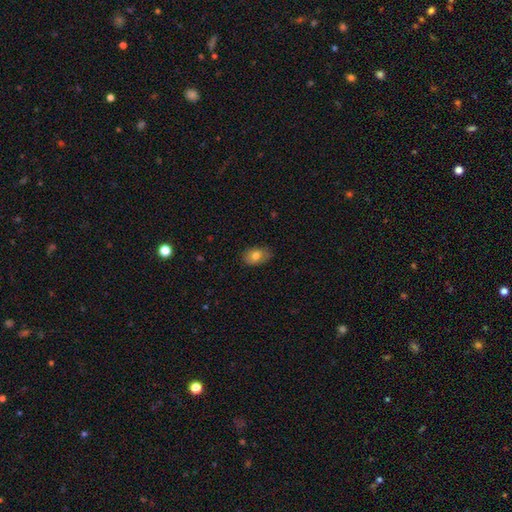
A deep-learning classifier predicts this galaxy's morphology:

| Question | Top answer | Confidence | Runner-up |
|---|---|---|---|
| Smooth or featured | smooth | 77% | featured or disk (14%) |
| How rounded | in between | 82% | round (17%) |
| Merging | none | 79% | minor disturbance (17%) |